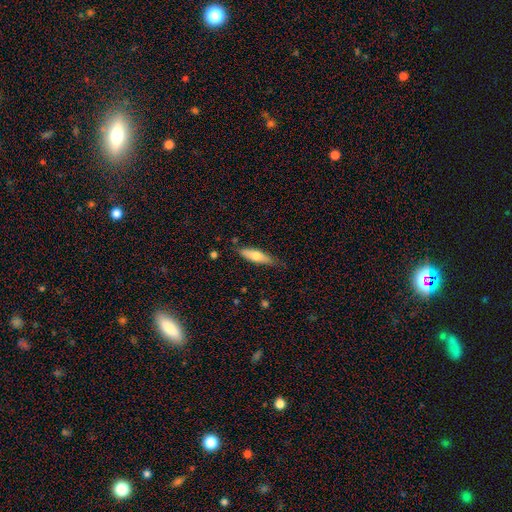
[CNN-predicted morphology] This is likely a smooth galaxy (67%). How rounded: likely cigar-shaped (62%). Merging: likely none (75%).